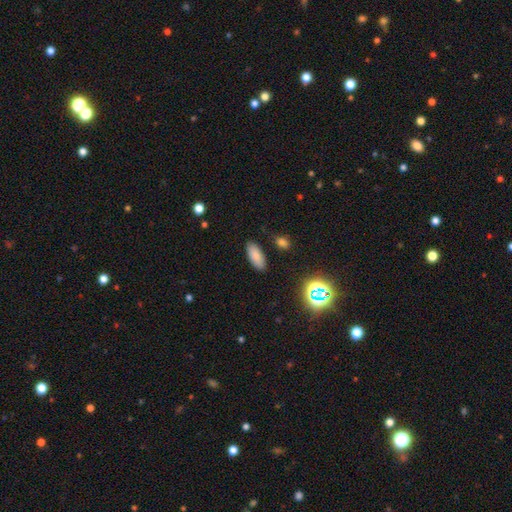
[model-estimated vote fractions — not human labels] smooth_or_featured: smooth (p=0.82) [alt: star or artifact p=0.11]
how_rounded: in between (p=0.84) [alt: cigar-shaped p=0.14]
merging: none (p=0.87) [alt: minor disturbance p=0.09]